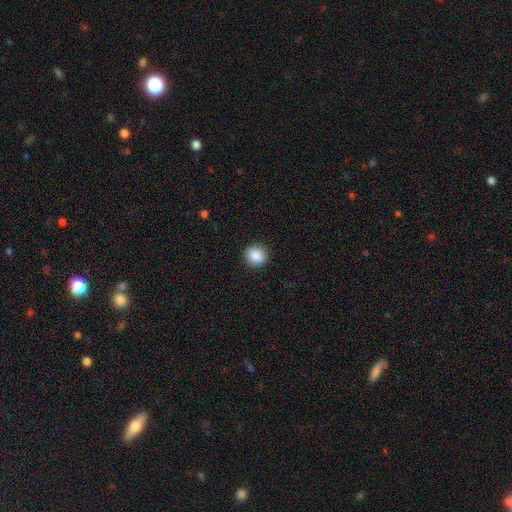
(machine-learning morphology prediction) Overall: smooth (87%). How rounded: round (83%). Merging: none (90%).